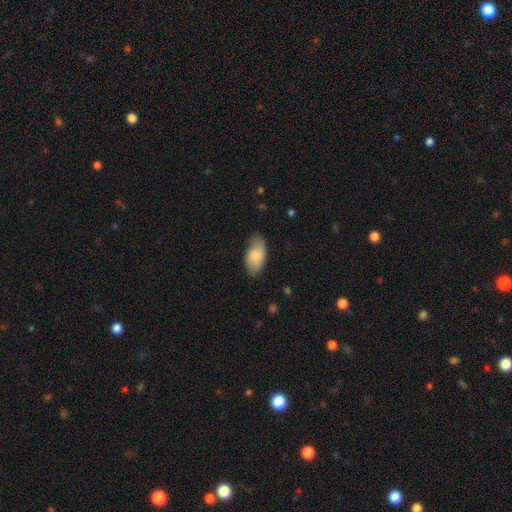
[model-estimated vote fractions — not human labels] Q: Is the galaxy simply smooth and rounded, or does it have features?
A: smooth — 77%.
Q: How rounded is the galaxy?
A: in between — 94%.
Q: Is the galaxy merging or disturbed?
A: none — 66%.